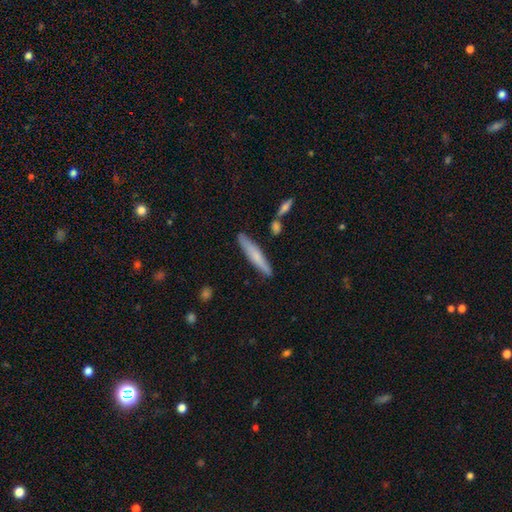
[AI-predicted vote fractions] A smooth galaxy with no disk features (65%) that is cigar-shaped (93%).

Vote fractions:
- Smooth or featured? smooth: 65% / featured or disk: 29% / star or artifact: 6%
- How rounded? cigar-shaped: 93% / in between: 6% / round: 1%
- Merging? none: 86% / minor disturbance: 9% / merger: 3% / major disturbance: 2%